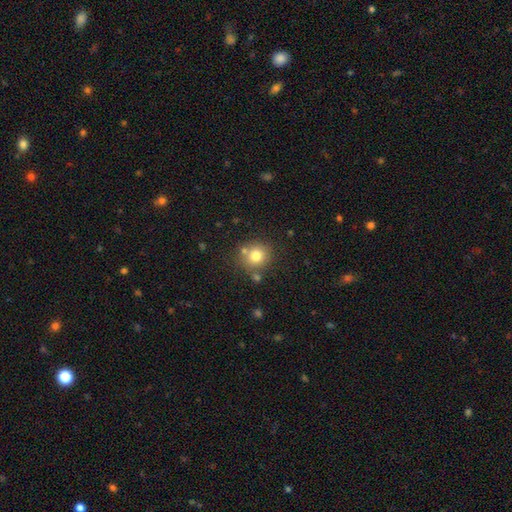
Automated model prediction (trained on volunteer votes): Smooth or featured?
  - smooth: 78% *
  - star or artifact: 12%
  - featured or disk: 10%
How rounded?
  - round: 87% *
  - in between: 12%
  - cigar-shaped: 1%
Merging?
  - none: 73% *
  - merger: 12%
  - minor disturbance: 11%
  - major disturbance: 4%